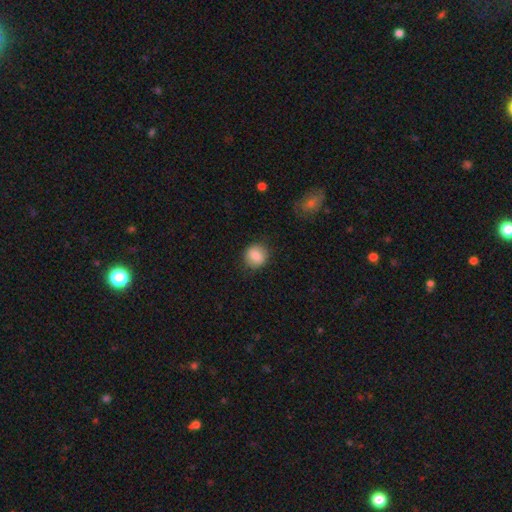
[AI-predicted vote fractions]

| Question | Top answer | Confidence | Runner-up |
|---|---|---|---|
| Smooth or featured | smooth | 83% | featured or disk (9%) |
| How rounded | round | 80% | in between (19%) |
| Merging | none | 83% | minor disturbance (12%) |